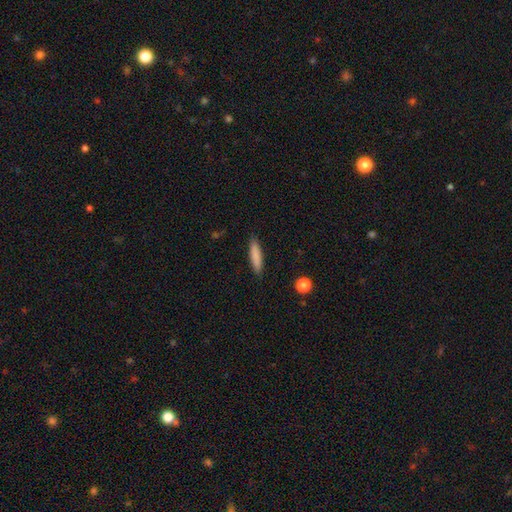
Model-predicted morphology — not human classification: The model was most divided on "how rounded": cigar-shaped: 82%, in between: 16%, round: 1%. More confident: merging — none (88%); smooth or featured — smooth (84%).